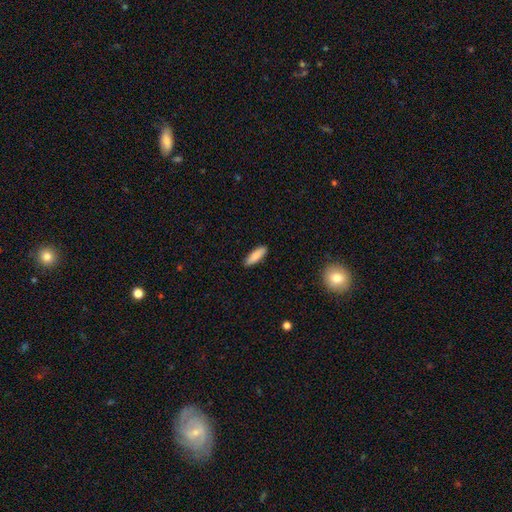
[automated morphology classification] smooth 85%, featured or disk 9%, star or artifact 6%. Down the decision tree: how rounded — cigar-shaped (50%); merging — none (89%).